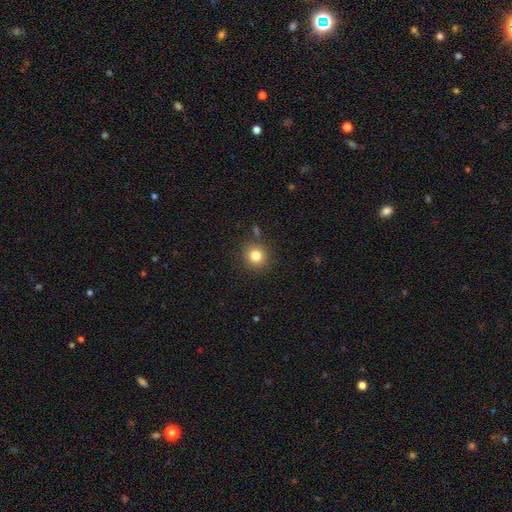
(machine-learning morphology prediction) Smooth or featured: smooth — 82% (star or artifact — 12%)
How rounded: round — 91% (in between — 8%)
Merging: none — 86% (minor disturbance — 8%)